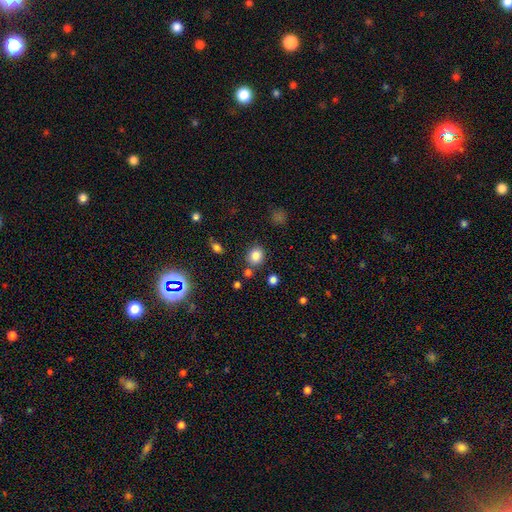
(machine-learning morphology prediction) A smooth galaxy with no disk features (81%) that is round (78%).

Vote fractions:
- Smooth or featured? smooth: 81% / star or artifact: 13% / featured or disk: 6%
- How rounded? round: 78% / in between: 21% / cigar-shaped: 1%
- Merging? none: 81% / minor disturbance: 10% / merger: 6% / major disturbance: 3%